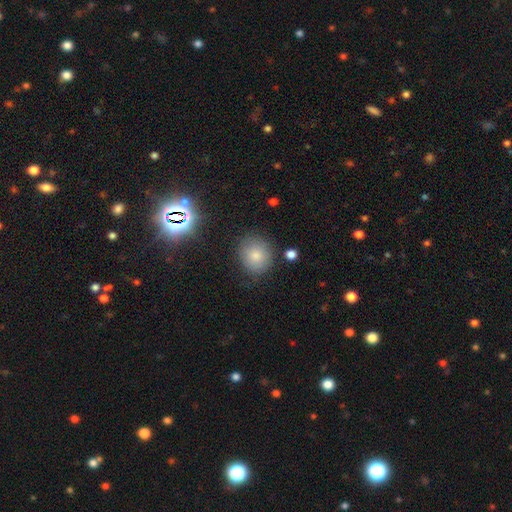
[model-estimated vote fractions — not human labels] A smooth galaxy with no disk features (80%) that is round (83%). Merging: none (80%).